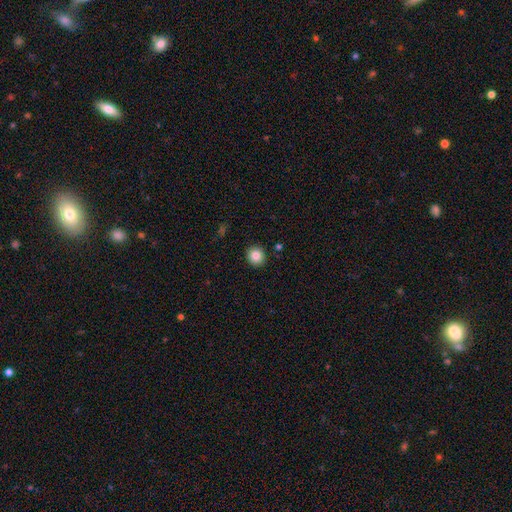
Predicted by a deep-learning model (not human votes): smooth-or-featured: smooth: 85% | star or artifact: 10% | featured or disk: 5%
  how-rounded: round: 90% | in between: 9% | cigar-shaped: 1%
  merging: none: 92% | minor disturbance: 5% | major disturbance: 2% | merger: 1%